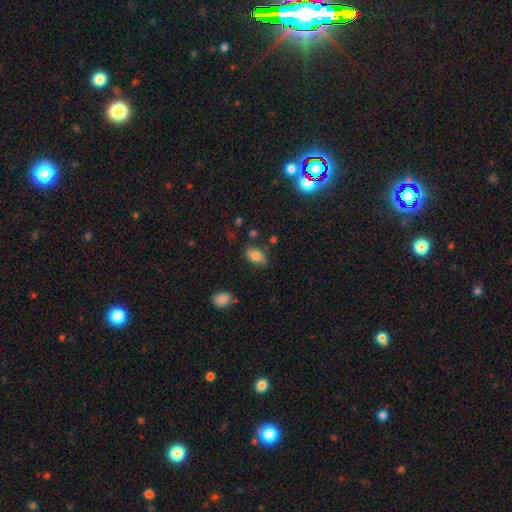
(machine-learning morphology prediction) A smooth galaxy with no disk features (77%) that is in between round and cigar-shaped (88%).

Vote fractions:
- Smooth or featured? smooth: 77% / featured or disk: 14% / star or artifact: 9%
- How rounded? in between: 88% / round: 10% / cigar-shaped: 2%
- Merging? none: 72% / minor disturbance: 20% / major disturbance: 5% / merger: 4%